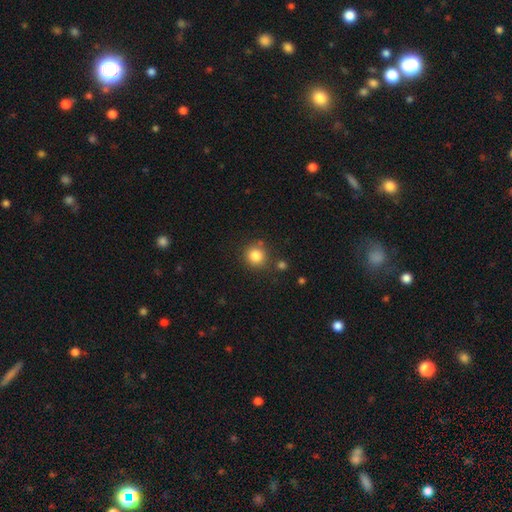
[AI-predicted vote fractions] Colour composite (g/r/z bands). It shows a smooth galaxy with no disk features (84%) that is round (91%). Merging: none (81%).